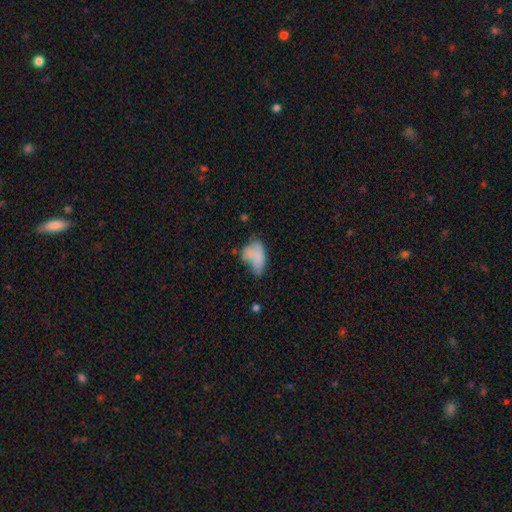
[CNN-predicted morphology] This is likely a smooth galaxy (72%). How rounded: clearly in between (90%). Merging: marginally minor disturbance (33%).